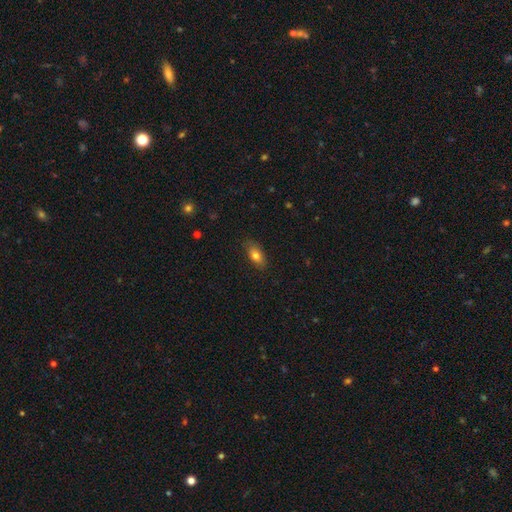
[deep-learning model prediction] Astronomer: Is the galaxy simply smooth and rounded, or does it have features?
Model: smooth — 77%.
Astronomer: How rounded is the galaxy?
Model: in between — 86%.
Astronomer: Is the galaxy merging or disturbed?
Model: none — 80%.